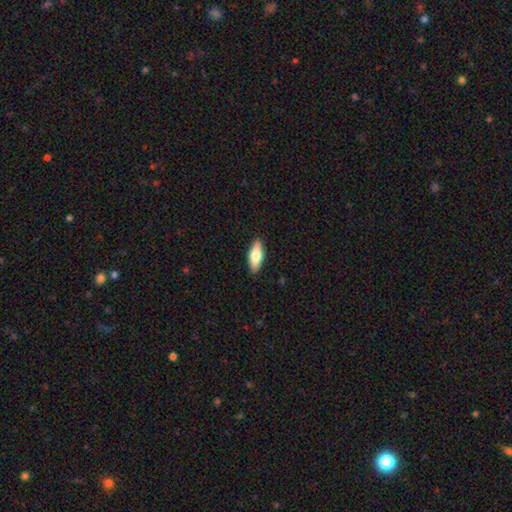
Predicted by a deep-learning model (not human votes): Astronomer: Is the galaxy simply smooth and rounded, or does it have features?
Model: smooth — 71%.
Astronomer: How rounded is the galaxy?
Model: in between — 68%.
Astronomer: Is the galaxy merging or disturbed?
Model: none — 90%.